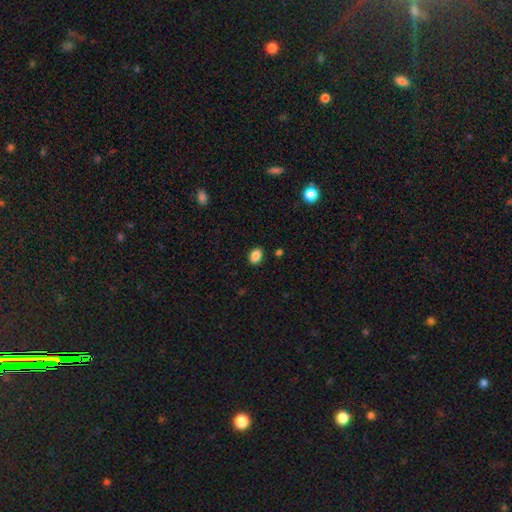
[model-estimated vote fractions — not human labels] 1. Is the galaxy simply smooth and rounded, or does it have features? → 87% smooth, 9% star or artifact, 3% featured or disk.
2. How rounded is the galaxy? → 73% in between, 26% round, 1% cigar-shaped.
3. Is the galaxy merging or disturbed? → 89% none, 8% minor disturbance, 2% major disturbance, 1% merger.